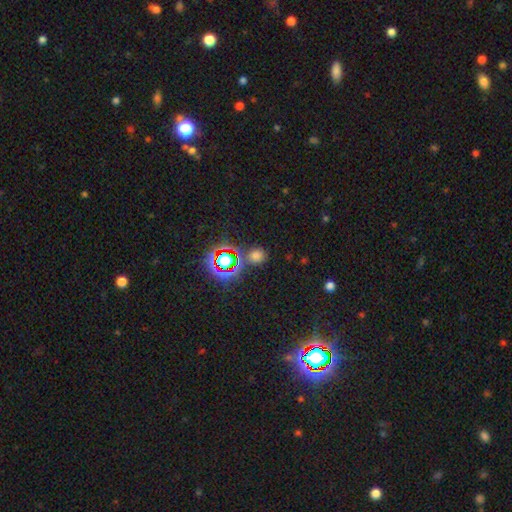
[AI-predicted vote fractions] Smooth or featured?
  - smooth: 58% *
  - star or artifact: 36%
  - featured or disk: 6%
How rounded?
  - round: 80% *
  - in between: 19%
  - cigar-shaped: 1%
Merging?
  - none: 79% *
  - minor disturbance: 10%
  - merger: 7%
  - major disturbance: 4%